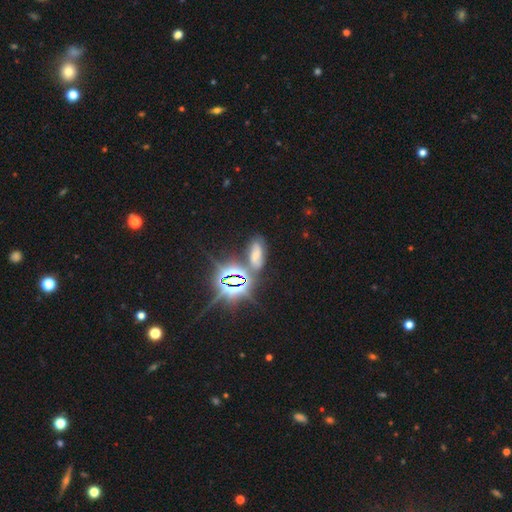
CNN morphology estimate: Smooth or featured? star or artifact (46%)